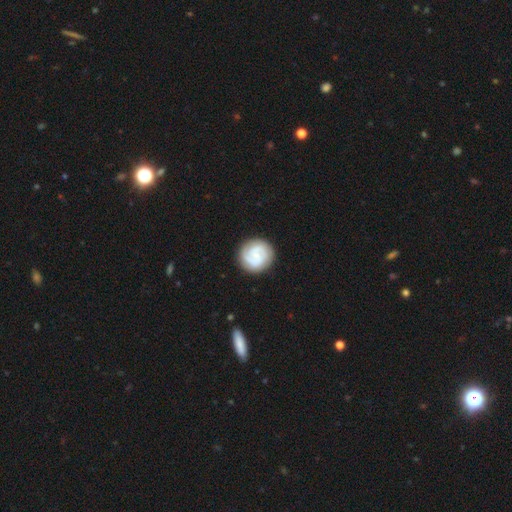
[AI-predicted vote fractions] Q: Smooth or featured?
A: featured or disk (63%); runner-up: smooth (31%)
Q: Edge-on disk?
A: no (98%); runner-up: yes (2%)
Q: Bar?
A: no (48%); runner-up: weak (43%)
Q: Spiral arms?
A: yes (92%); runner-up: no (8%)
Q: Spiral winding?
A: tight (54%); runner-up: medium (35%)
Q: Spiral arm count?
A: 2 (57%); runner-up: can't tell (17%)
Q: Bulge size?
A: small (54%); runner-up: none (28%)
Q: Merging?
A: none (86%); runner-up: minor disturbance (9%)